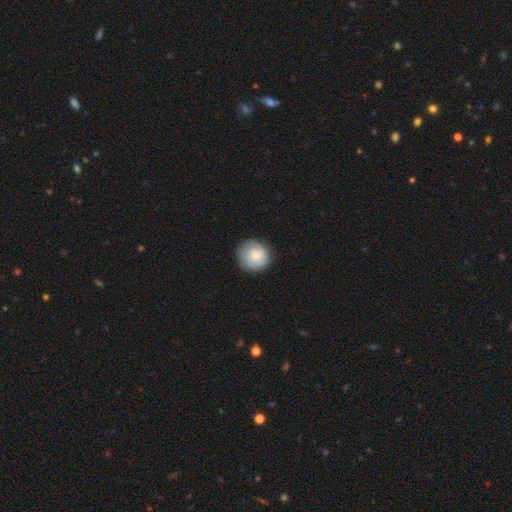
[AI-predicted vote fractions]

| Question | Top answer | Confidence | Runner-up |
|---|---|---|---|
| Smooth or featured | smooth | 70% | featured or disk (24%) |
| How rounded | round | 91% | in between (8%) |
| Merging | none | 83% | minor disturbance (13%) |